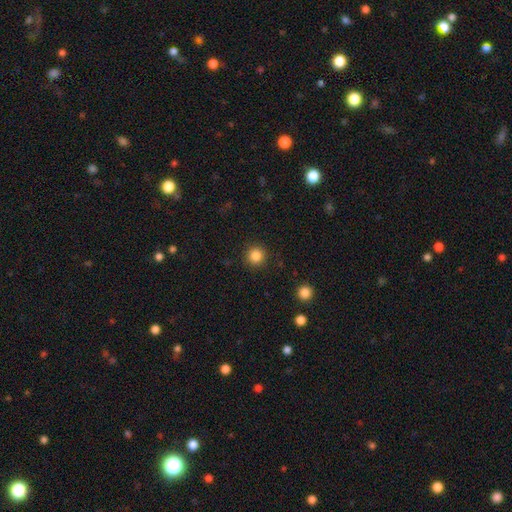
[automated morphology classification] This is clearly a smooth galaxy (85%). How rounded: clearly round (95%). Merging: clearly none (91%).